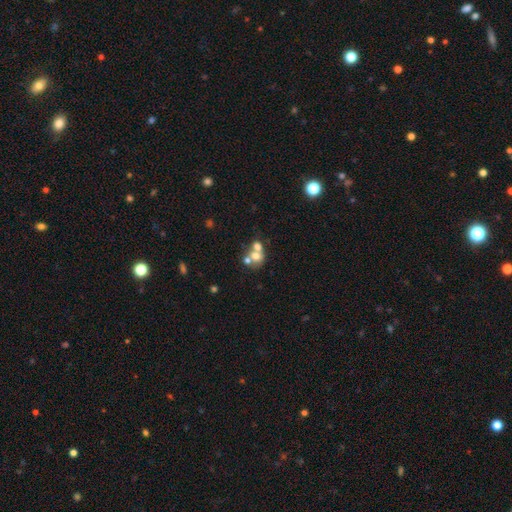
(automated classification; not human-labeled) A smooth galaxy with no disk features (59%) that is round (67%).

Vote fractions:
- Smooth or featured? smooth: 59% / featured or disk: 28% / star or artifact: 13%
- How rounded? round: 67% / in between: 32% / cigar-shaped: 1%
- Merging? merger: 60% / none: 28% / minor disturbance: 7% / major disturbance: 5%